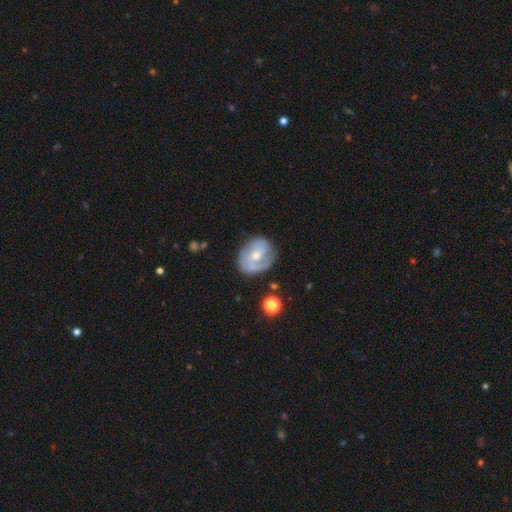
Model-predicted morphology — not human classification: Q: Smooth or featured?
A: featured or disk (63%); runner-up: smooth (31%)
Q: Edge-on disk?
A: no (97%); runner-up: yes (3%)
Q: Bar?
A: no (59%); runner-up: weak (32%)
Q: Spiral arms?
A: yes (67%); runner-up: no (33%)
Q: Bulge size?
A: moderate (53%); runner-up: small (42%)
Q: Merging?
A: none (62%); runner-up: minor disturbance (25%)